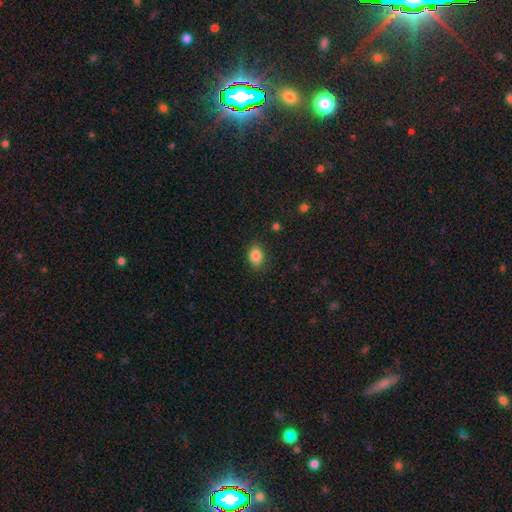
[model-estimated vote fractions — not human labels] smooth 86%, star or artifact 9%, featured or disk 5%. Down the decision tree: how rounded — in between (74%); merging — none (86%).